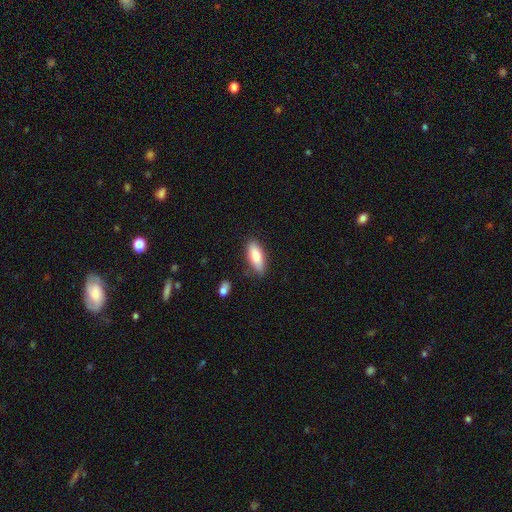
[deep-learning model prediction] A smooth galaxy with no disk features (78%) that is in between round and cigar-shaped (72%).

Vote fractions:
- Smooth or featured? smooth: 78% / featured or disk: 15% / star or artifact: 6%
- How rounded? in between: 72% / cigar-shaped: 26% / round: 2%
- Merging? none: 83% / minor disturbance: 12% / major disturbance: 3% / merger: 2%